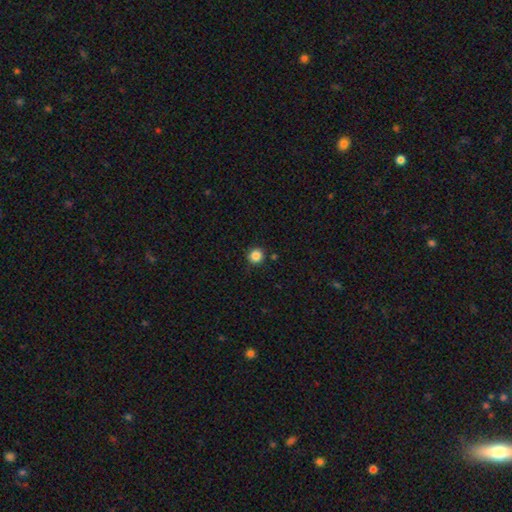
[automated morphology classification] A smooth galaxy with no disk features (85%) that is round (94%). Merging: none (90%).